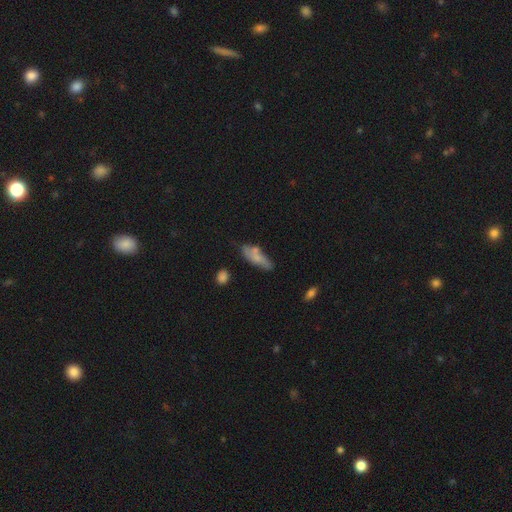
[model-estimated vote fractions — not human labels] Smooth or featured? smooth (67%)
How rounded? in between (57%)
Merging? none (54%)